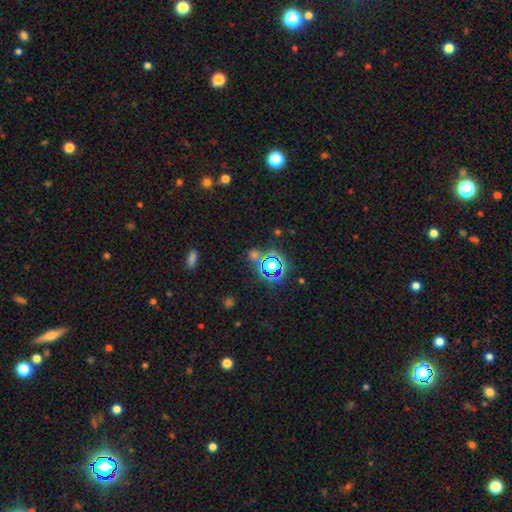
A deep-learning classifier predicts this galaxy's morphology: Smooth or featured? star or artifact (69%)